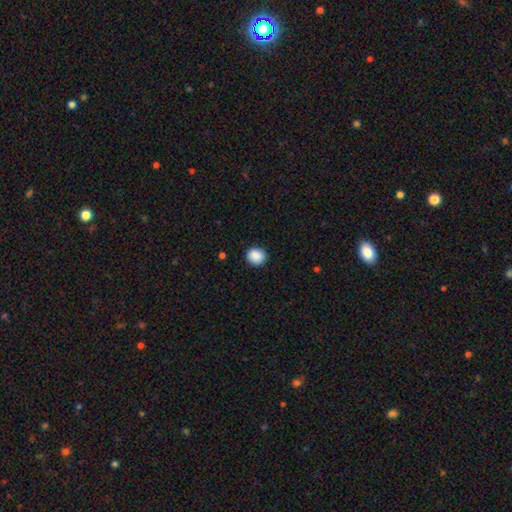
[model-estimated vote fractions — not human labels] smooth_or_featured: smooth (p=0.89) [alt: star or artifact p=0.08]
how_rounded: round (p=0.83) [alt: in between p=0.16]
merging: none (p=0.90) [alt: minor disturbance p=0.07]